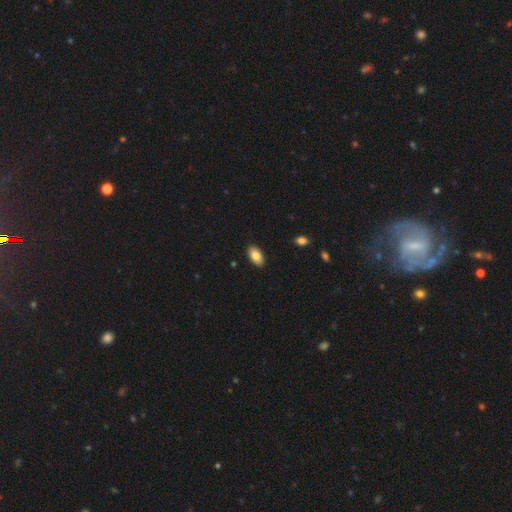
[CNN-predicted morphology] This appears to be a smooth galaxy with no disk features (84%) that is in between round and cigar-shaped (94%). Merging: none (89%).